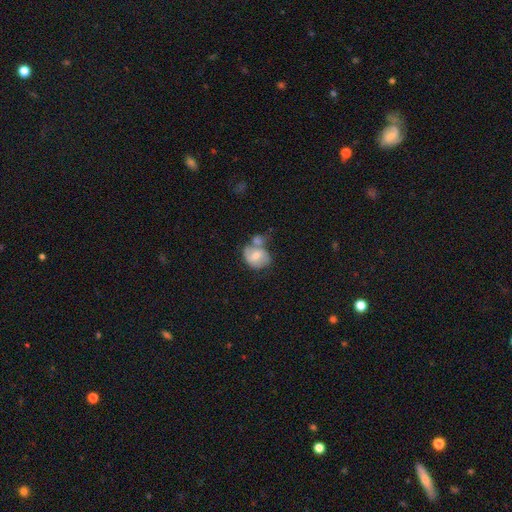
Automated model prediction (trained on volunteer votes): Smooth or featured? smooth (51%)
How rounded? round (53%)
Merging? merger (43%)